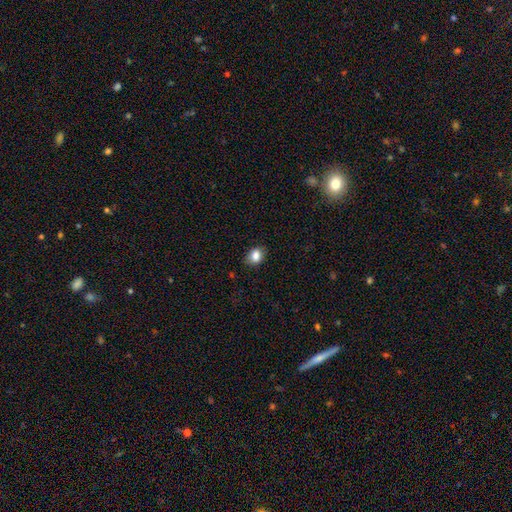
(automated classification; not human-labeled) smooth 85%, star or artifact 10%, featured or disk 5%. Down the decision tree: how rounded — in between (61%); merging — none (85%).